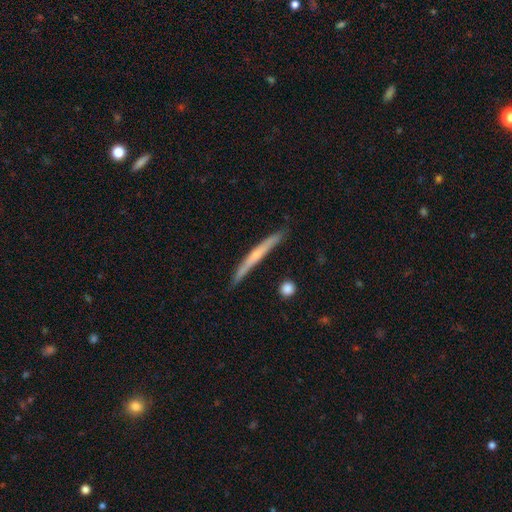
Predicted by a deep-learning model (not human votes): Smooth or featured?
  - featured or disk: 52% *
  - smooth: 42%
  - star or artifact: 6%
Edge-on disk?
  - yes: 96% *
  - no: 4%
Edge-on bulge?
  - none: 62% *
  - rounded: 31%
  - boxy: 7%
Merging?
  - none: 84% *
  - minor disturbance: 12%
  - merger: 2%
  - major disturbance: 2%